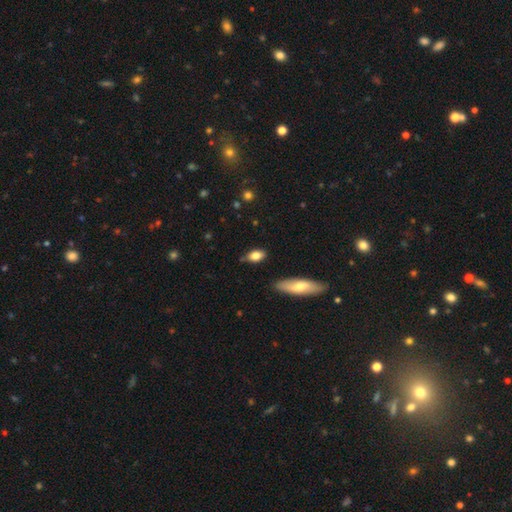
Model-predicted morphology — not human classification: Smooth or featured? smooth (80%)
How rounded? in between (84%)
Merging? none (78%)